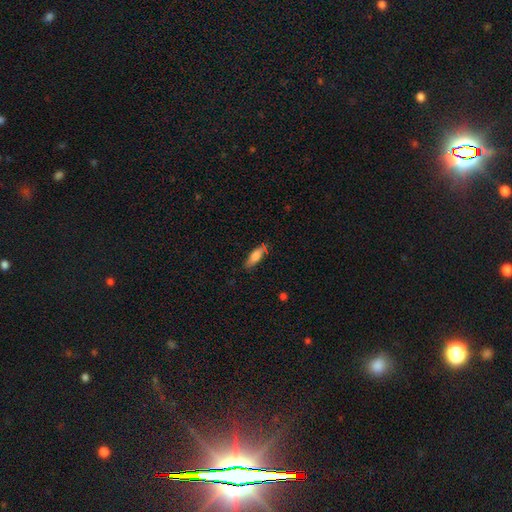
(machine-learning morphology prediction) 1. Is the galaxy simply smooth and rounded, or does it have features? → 74% smooth, 19% featured or disk, 7% star or artifact.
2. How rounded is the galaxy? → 52% in between, 46% cigar-shaped, 2% round.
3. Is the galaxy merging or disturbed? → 76% none, 18% minor disturbance, 4% major disturbance, 2% merger.